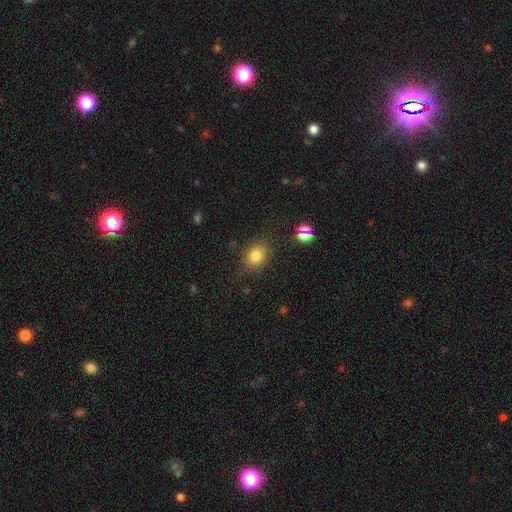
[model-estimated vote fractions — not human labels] Q: Smooth or featured?
A: smooth (79%); runner-up: star or artifact (14%)
Q: How rounded?
A: in between (53%); runner-up: round (45%)
Q: Merging?
A: none (80%); runner-up: minor disturbance (13%)